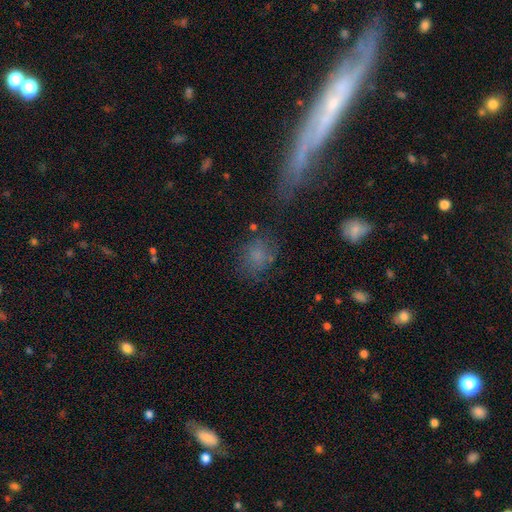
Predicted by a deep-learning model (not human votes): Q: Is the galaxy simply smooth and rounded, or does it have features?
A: smooth — 68%.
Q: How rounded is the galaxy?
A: round — 55%.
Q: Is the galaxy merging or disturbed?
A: none — 65%.